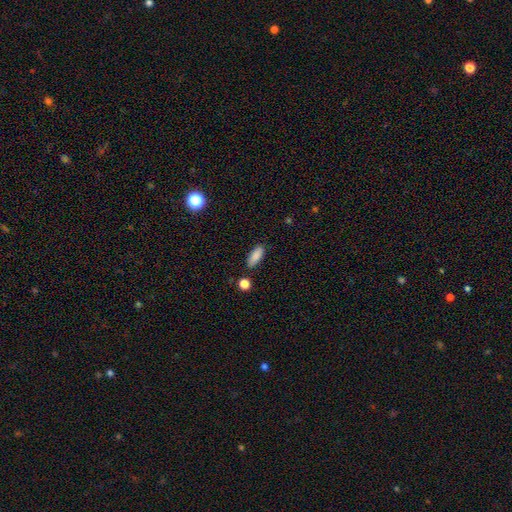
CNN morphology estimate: smooth 87%, star or artifact 8%, featured or disk 6%. Down the decision tree: how rounded — in between (71%); merging — none (83%).